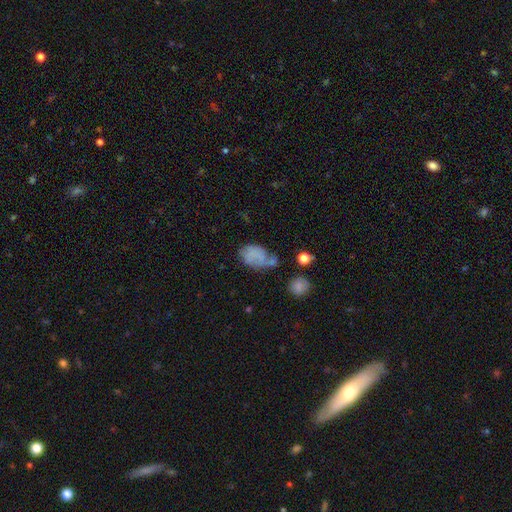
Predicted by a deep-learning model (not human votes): A smooth galaxy with no disk features (58%) that is in between round and cigar-shaped (80%).

Vote fractions:
- Smooth or featured? smooth: 58% / featured or disk: 29% / star or artifact: 13%
- How rounded? in between: 80% / round: 18% / cigar-shaped: 2%
- Merging? none: 35% / minor disturbance: 28% / major disturbance: 22% / merger: 15%